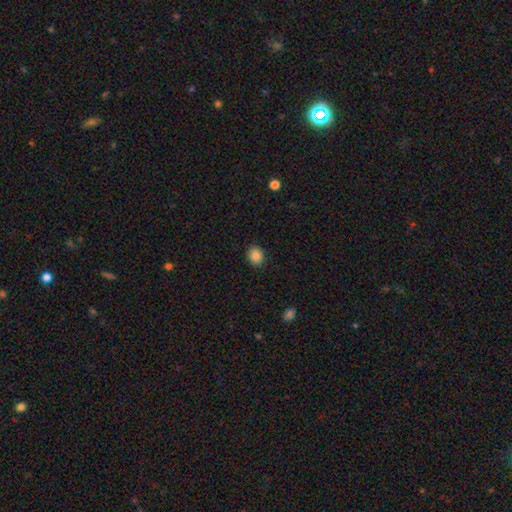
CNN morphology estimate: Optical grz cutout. It shows a smooth galaxy with no disk features (85%) that is round (58%). Merging: none (90%).